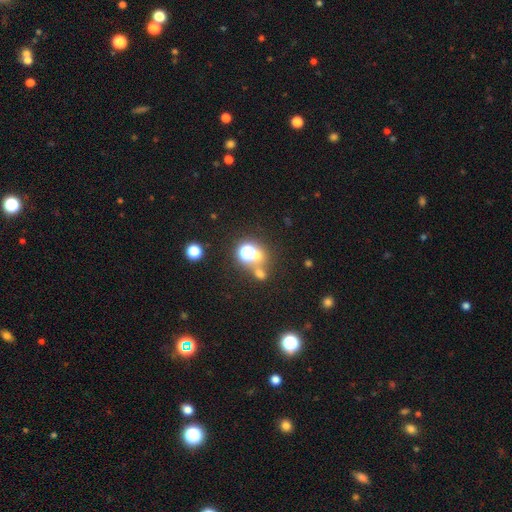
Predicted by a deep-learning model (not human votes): Smooth or featured?
  - star or artifact: 45% *
  - smooth: 43%
  - featured or disk: 12%